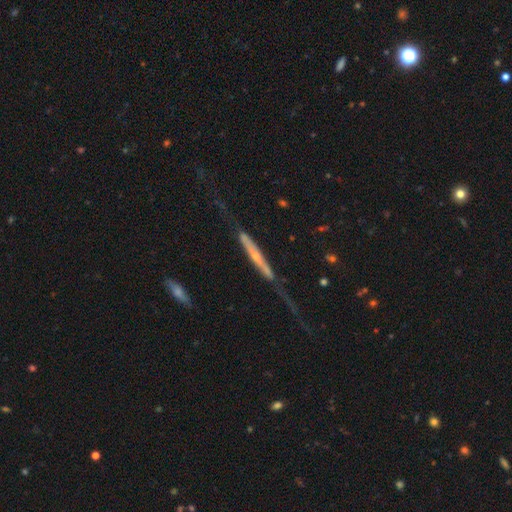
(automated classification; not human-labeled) Smooth or featured? Predicted: featured or disk (p=0.75). Edge-on disk? Predicted: yes (p=0.84). Edge-on bulge? Predicted: rounded (p=0.68). Merging? Predicted: none (p=0.49).